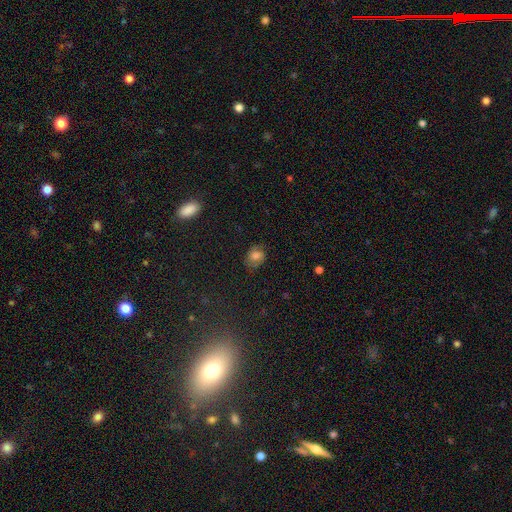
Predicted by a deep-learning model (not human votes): smooth-or-featured: smooth: 63% | featured or disk: 24% | star or artifact: 13%
  how-rounded: in between: 61% | round: 38% | cigar-shaped: 1%
  merging: none: 69% | minor disturbance: 22% | major disturbance: 8% | merger: 1%